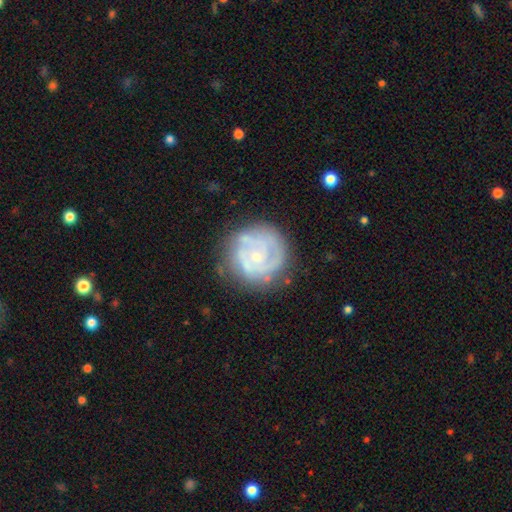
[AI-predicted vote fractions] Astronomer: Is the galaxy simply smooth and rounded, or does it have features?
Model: featured or disk — 78%.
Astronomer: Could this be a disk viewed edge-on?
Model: no — 98%.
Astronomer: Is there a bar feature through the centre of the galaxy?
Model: no — 75%.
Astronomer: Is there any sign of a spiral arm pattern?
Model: yes — 85%.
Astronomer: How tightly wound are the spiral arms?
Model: tight — 66%.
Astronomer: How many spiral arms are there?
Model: can't tell — 32% (runner-up: 2, 30%).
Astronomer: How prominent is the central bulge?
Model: small — 72%.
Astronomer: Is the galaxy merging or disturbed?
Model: none — 72%.